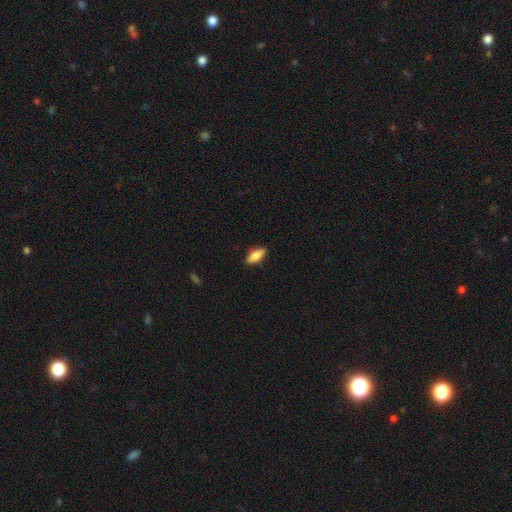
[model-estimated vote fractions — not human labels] This appears to be a smooth galaxy with no disk features (79%) that is in between round and cigar-shaped (76%). Merging: none (87%).